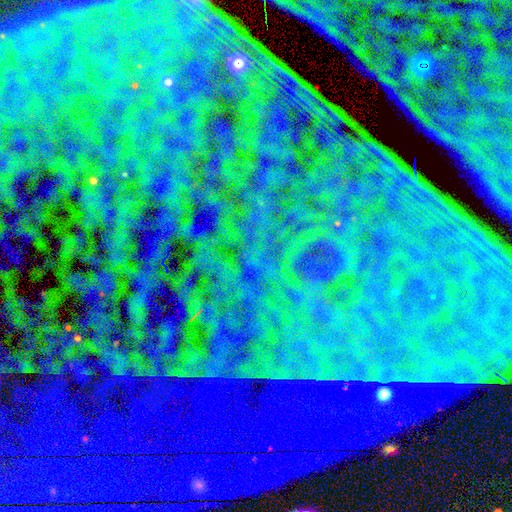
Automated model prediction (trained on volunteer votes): smooth_or_featured: star or artifact (p=0.87) [alt: featured or disk p=0.07]